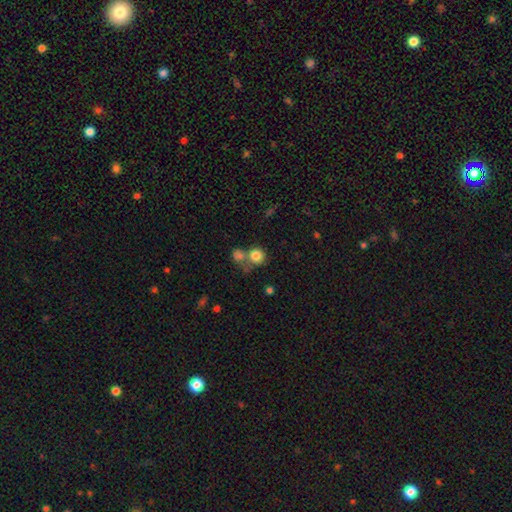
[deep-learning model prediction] Q: Smooth or featured?
A: smooth (81%); runner-up: star or artifact (10%)
Q: How rounded?
A: round (88%); runner-up: in between (11%)
Q: Merging?
A: none (51%); runner-up: merger (34%)